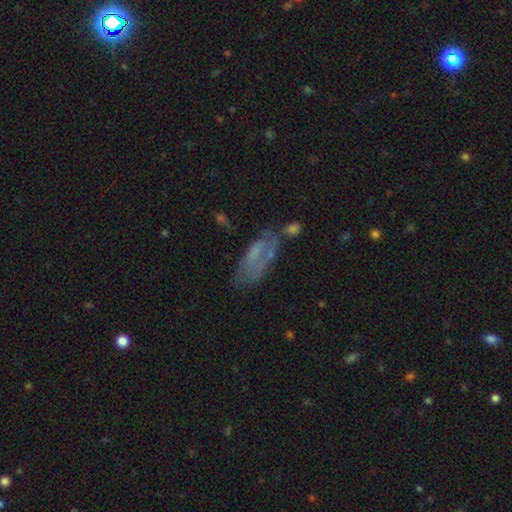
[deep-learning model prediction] Smooth or featured? Predicted: featured or disk (p=0.44). Merging? Predicted: none (p=0.47).